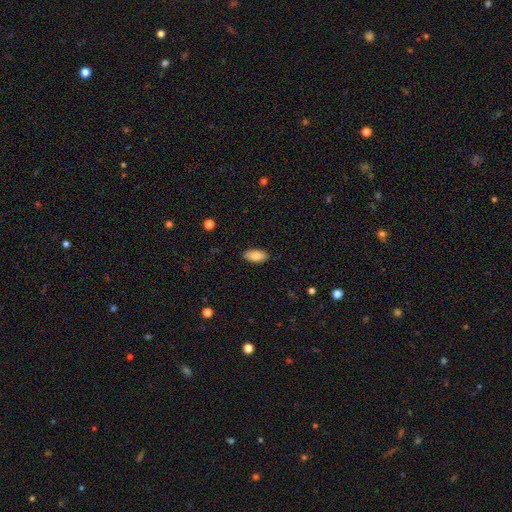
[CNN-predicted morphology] Smooth or featured?
  - smooth: 85% *
  - featured or disk: 8%
  - star or artifact: 7%
How rounded?
  - in between: 91% *
  - cigar-shaped: 6%
  - round: 2%
Merging?
  - none: 88% *
  - minor disturbance: 9%
  - major disturbance: 2%
  - merger: 1%